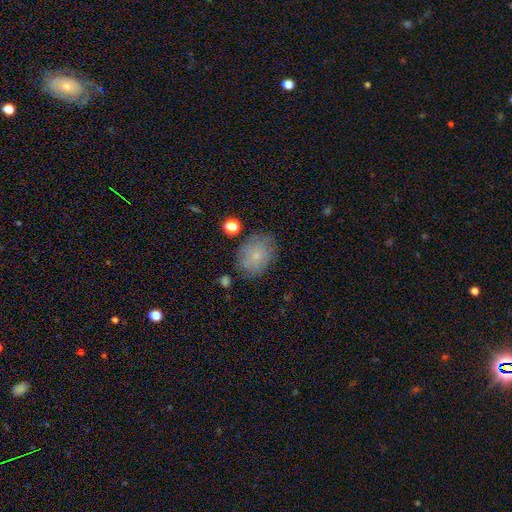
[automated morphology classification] Smooth or featured? smooth (64%)
How rounded? in between (61%)
Merging? none (71%)